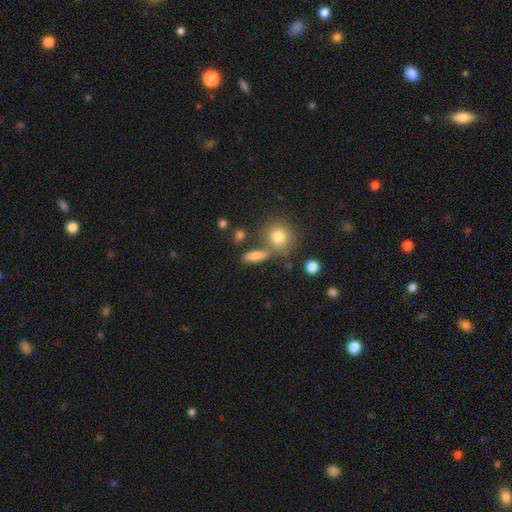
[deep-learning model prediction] Overall: smooth (76%). How rounded: in between (50%; cigar-shaped 33%). Merging: none (63%).